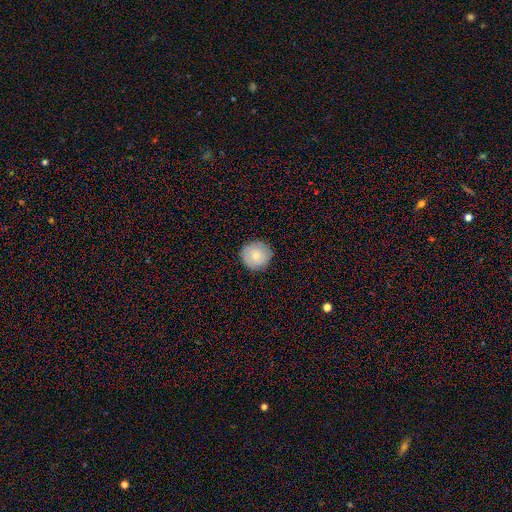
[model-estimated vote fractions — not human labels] A smooth galaxy with no disk features (73%) that is round (94%). Merging: none (88%).